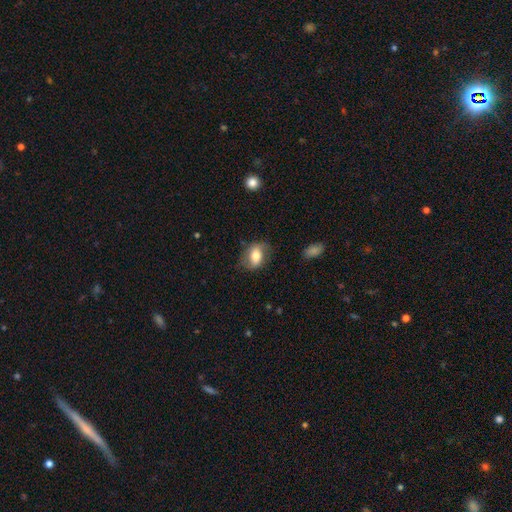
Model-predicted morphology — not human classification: Smooth or featured? Predicted: smooth (p=0.64). How rounded? Predicted: in between (p=0.78). Merging? Predicted: none (p=0.70).